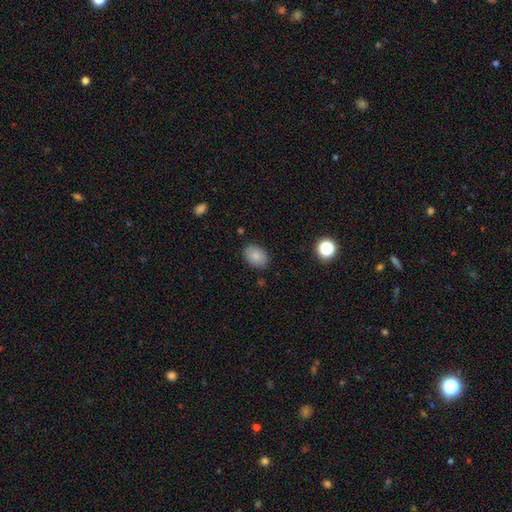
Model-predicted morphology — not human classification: A smooth galaxy with no disk features (84%) that is in between round and cigar-shaped (80%). Merging: none (85%).